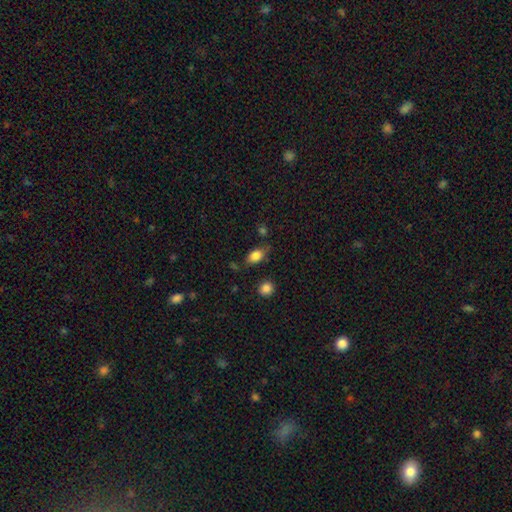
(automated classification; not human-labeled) Smooth or featured: smooth — 82% (star or artifact — 9%)
How rounded: in between — 81% (round — 15%)
Merging: none — 67% (minor disturbance — 22%)